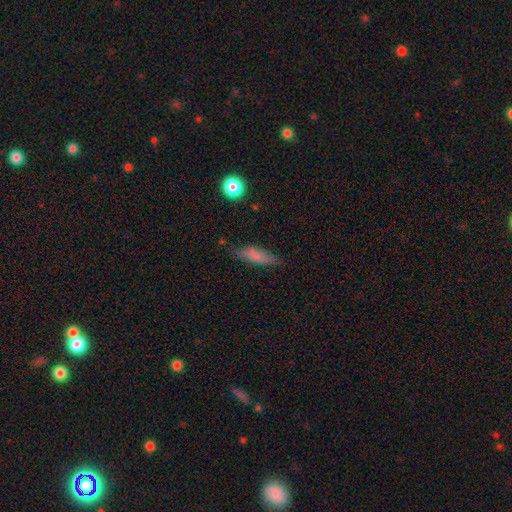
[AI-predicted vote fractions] smooth 78%, featured or disk 14%, star or artifact 8%. Down the decision tree: how rounded — cigar-shaped (62%); merging — none (77%).